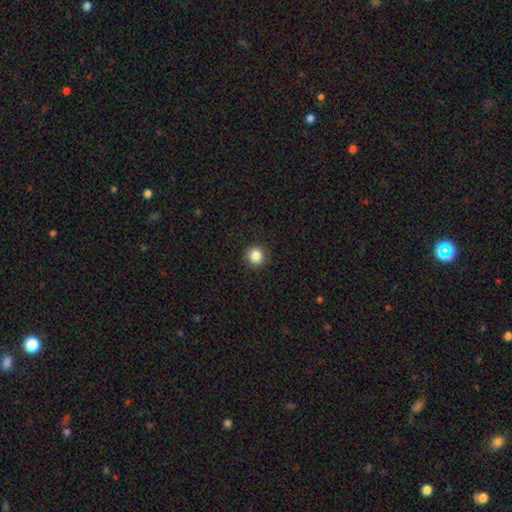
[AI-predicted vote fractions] This is clearly a smooth galaxy (86%). How rounded: clearly round (94%). Merging: clearly none (91%).